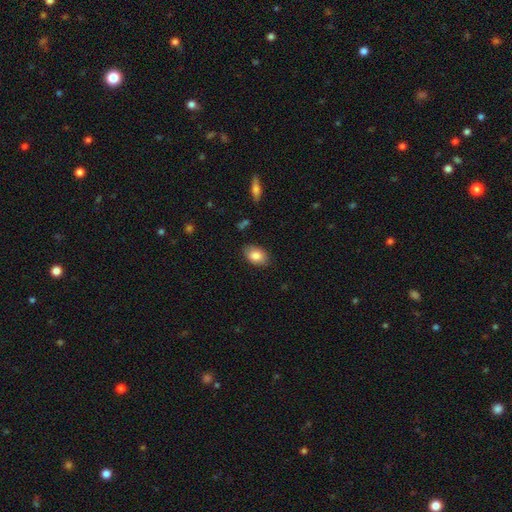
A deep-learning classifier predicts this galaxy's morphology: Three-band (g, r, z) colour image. It shows a smooth galaxy with no disk features (85%) that is in between round and cigar-shaped (86%). Merging: none (85%).